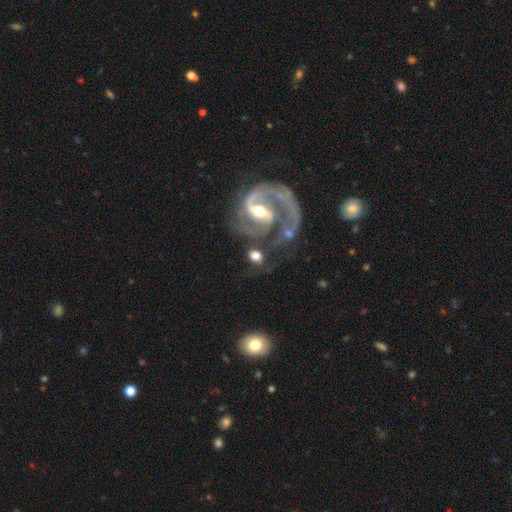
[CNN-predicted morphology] Smooth or featured?
  - featured or disk: 51% *
  - smooth: 41%
  - star or artifact: 8%
Edge-on disk?
  - no: 94% *
  - yes: 6%
Merging?
  - none: 52% *
  - merger: 20%
  - minor disturbance: 15%
  - major disturbance: 14%